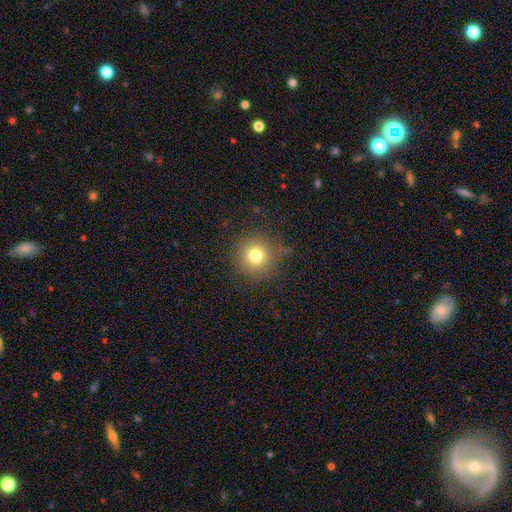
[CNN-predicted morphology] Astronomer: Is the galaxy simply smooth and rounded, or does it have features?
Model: smooth — 76%.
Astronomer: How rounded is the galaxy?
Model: round — 94%.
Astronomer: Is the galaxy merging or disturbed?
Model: none — 84%.